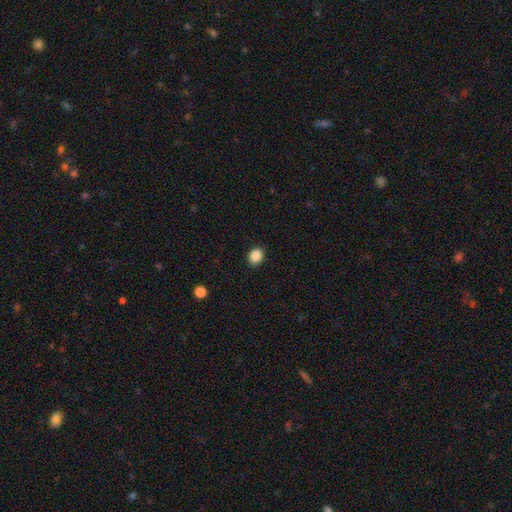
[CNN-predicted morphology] smooth 88%, star or artifact 9%, featured or disk 3%. Down the decision tree: how rounded — round (55%); merging — none (91%).